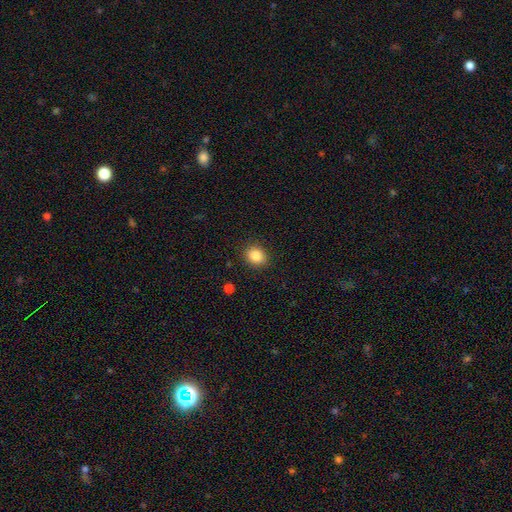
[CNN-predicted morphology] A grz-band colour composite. It shows a smooth galaxy with no disk features (86%) that is round (57%). Merging: none (88%).